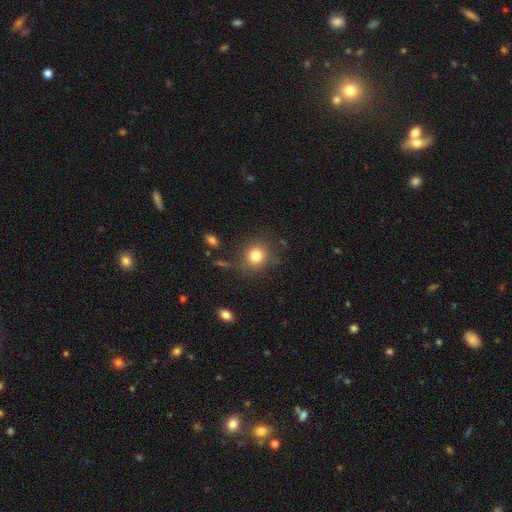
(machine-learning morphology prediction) Smooth or featured? Predicted: smooth (p=0.81). How rounded? Predicted: round (p=0.87). Merging? Predicted: none (p=0.82).